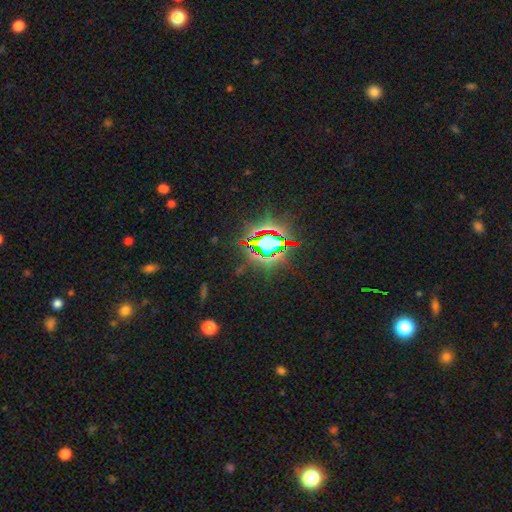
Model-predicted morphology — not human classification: type=star or artifact (80%).